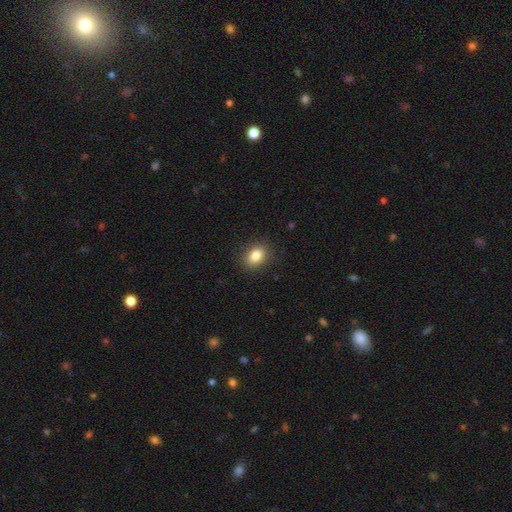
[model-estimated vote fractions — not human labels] The model was most divided on "how rounded": in between: 61%, round: 37%, cigar-shaped: 1%. More confident: merging — none (88%); smooth or featured — smooth (84%).